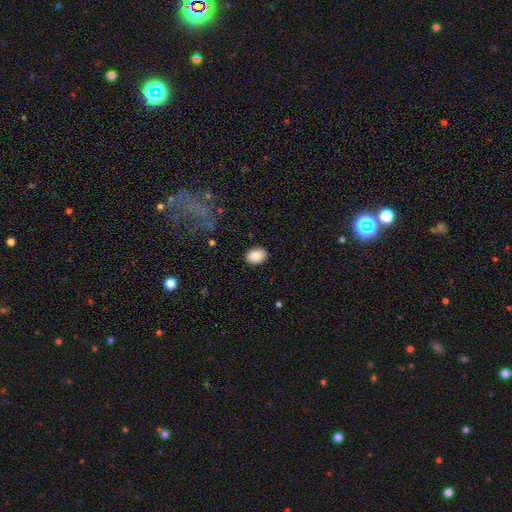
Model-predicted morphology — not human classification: A smooth galaxy with no disk features (88%) that is in between round and cigar-shaped (73%).

Vote fractions:
- Smooth or featured? smooth: 88% / star or artifact: 7% / featured or disk: 5%
- How rounded? in between: 73% / round: 26% / cigar-shaped: 1%
- Merging? none: 87% / minor disturbance: 9% / major disturbance: 2% / merger: 1%